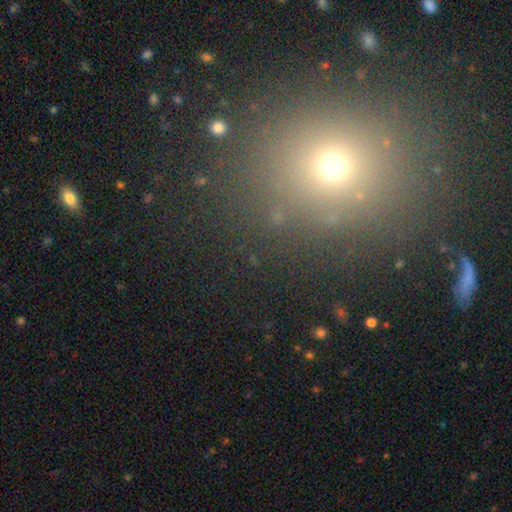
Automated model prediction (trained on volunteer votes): smooth-or-featured: smooth: 47% | star or artifact: 43% | featured or disk: 11%
  merging: none: 82% | minor disturbance: 8% | major disturbance: 5% | merger: 4%